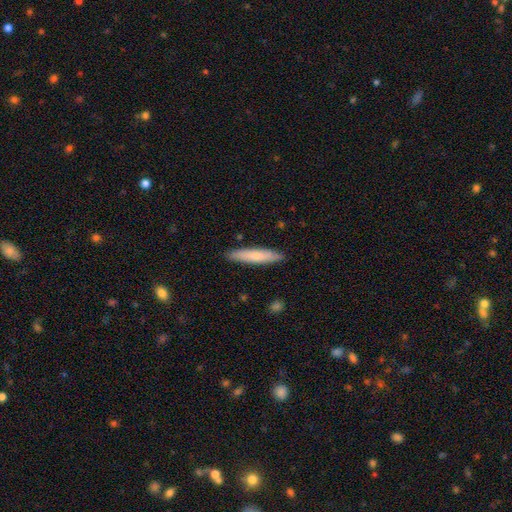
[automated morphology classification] Smooth or featured?
  - smooth: 72% *
  - featured or disk: 22%
  - star or artifact: 5%
How rounded?
  - cigar-shaped: 89% *
  - in between: 10%
  - round: 1%
Merging?
  - none: 89% *
  - minor disturbance: 8%
  - major disturbance: 1%
  - merger: 1%